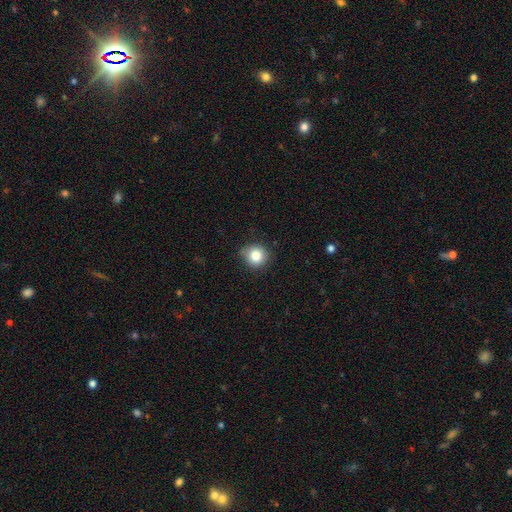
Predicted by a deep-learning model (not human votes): A smooth galaxy with no disk features (82%) that is round (89%).

Vote fractions:
- Smooth or featured? smooth: 82% / star or artifact: 11% / featured or disk: 7%
- How rounded? round: 89% / in between: 11% / cigar-shaped: 1%
- Merging? none: 81% / minor disturbance: 15% / major disturbance: 3% / merger: 1%